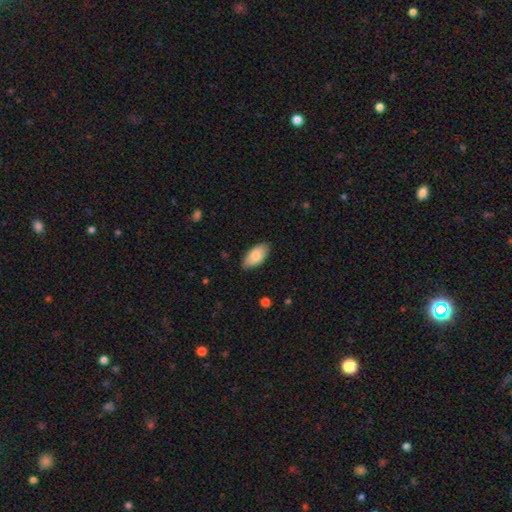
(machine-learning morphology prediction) The model was most divided on "smooth or featured": smooth: 81%, featured or disk: 13%, star or artifact: 6%. More confident: how rounded — in between (94%); merging — none (83%).